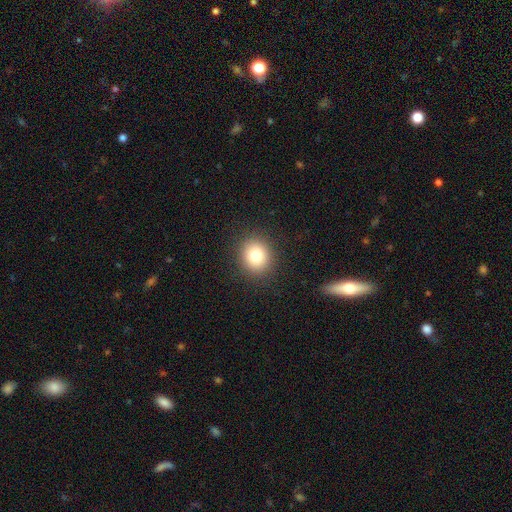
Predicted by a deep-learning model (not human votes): smooth-or-featured: smooth: 81% | star or artifact: 11% | featured or disk: 8%
  how-rounded: round: 82% | in between: 17% | cigar-shaped: 1%
  merging: none: 90% | minor disturbance: 6% | major disturbance: 2% | merger: 1%